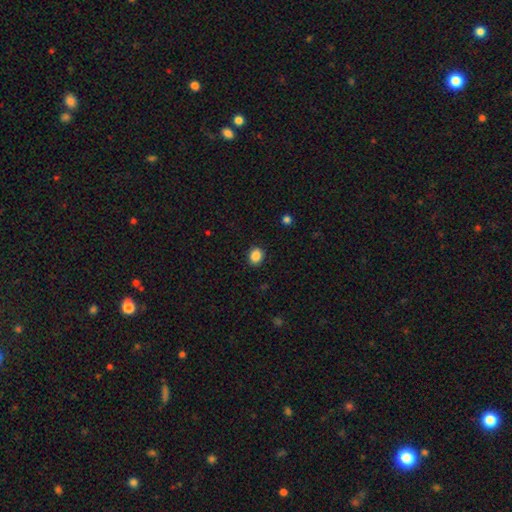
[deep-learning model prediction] smooth_or_featured: smooth (p=0.87) [alt: star or artifact p=0.10]
how_rounded: round (p=0.62) [alt: in between p=0.38]
merging: none (p=0.90) [alt: minor disturbance p=0.07]